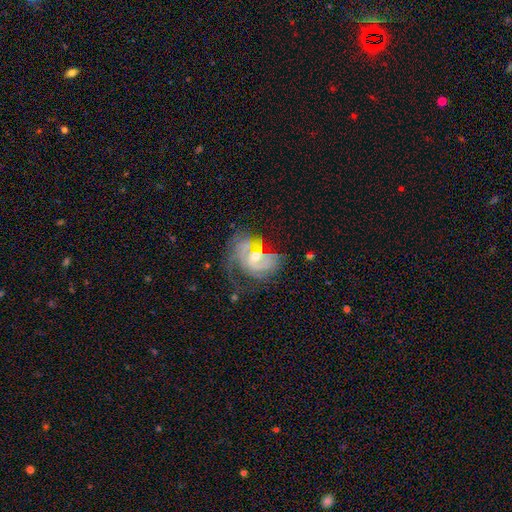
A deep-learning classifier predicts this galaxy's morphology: smooth-or-featured: featured or disk: 79% | smooth: 12% | star or artifact: 9%
  disk-edge-on: no: 97% | yes: 3%
    bar: no: 54% | weak: 37% | strong: 9%
    has-spiral-arms: yes: 88% | no: 12%
      spiral-winding: tight: 51% | medium: 35% | loose: 14%
      spiral-arm-count: 2: 36% | can't tell: 32% | 3: 13% | 1: 9% | 4: 5% | more than 4: 5%
    bulge-size: moderate: 58% | small: 35% | large: 3% | none: 2% | dominant: 1%
  merging: none: 46% | major disturbance: 25% | minor disturbance: 23% | merger: 7%